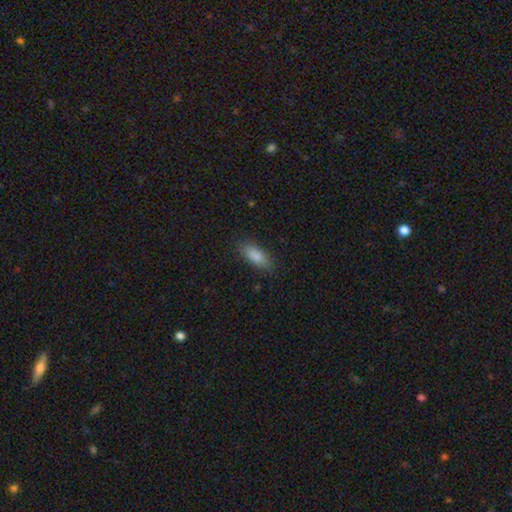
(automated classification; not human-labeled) smooth 86%, star or artifact 7%, featured or disk 7%. Down the decision tree: how rounded — in between (81%); merging — none (82%).